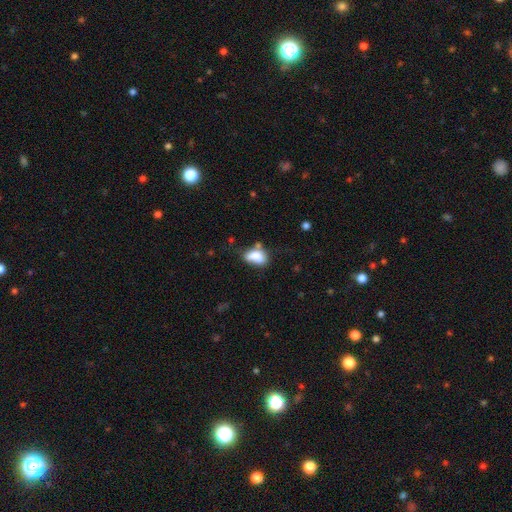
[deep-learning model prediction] smooth 76%, featured or disk 15%, star or artifact 9%. Down the decision tree: how rounded — in between (83%); merging — none (40%).